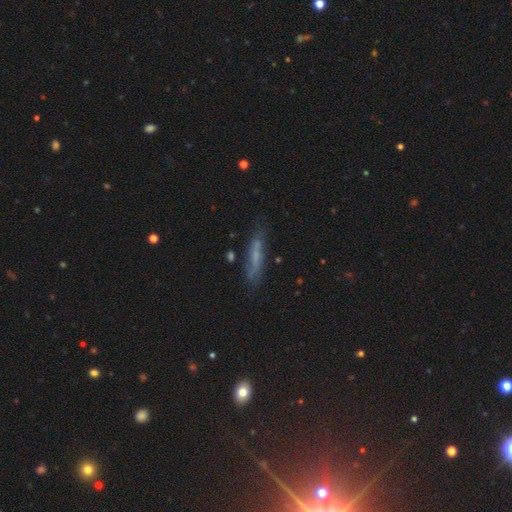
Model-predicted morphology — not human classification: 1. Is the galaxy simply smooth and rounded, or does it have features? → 50% smooth, 39% featured or disk, 11% star or artifact.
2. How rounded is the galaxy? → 82% cigar-shaped, 16% in between, 2% round.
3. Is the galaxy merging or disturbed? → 70% none, 20% minor disturbance, 7% major disturbance, 3% merger.